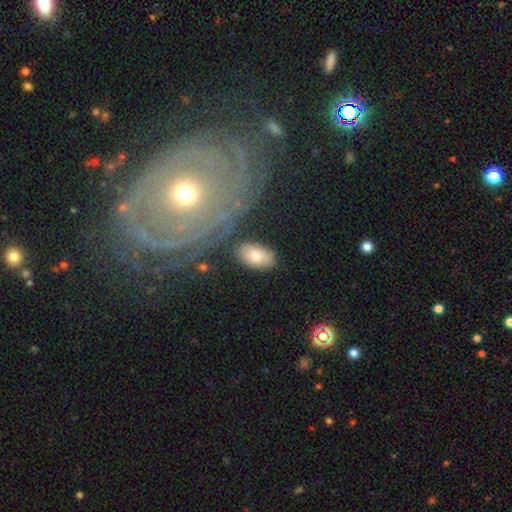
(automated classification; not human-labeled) The model was most divided on "smooth or featured": smooth: 72%, featured or disk: 20%, star or artifact: 7%. More confident: how rounded — in between (92%); merging — none (76%).